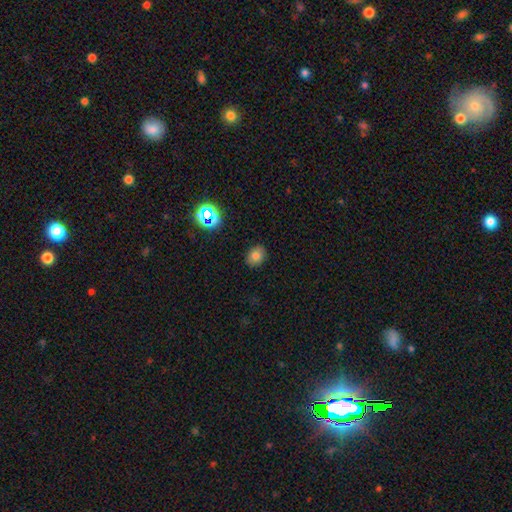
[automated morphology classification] smooth-or-featured: smooth: 77% | star or artifact: 15% | featured or disk: 9%
  how-rounded: in between: 53% | round: 46% | cigar-shaped: 1%
  merging: none: 87% | minor disturbance: 9% | major disturbance: 2% | merger: 1%